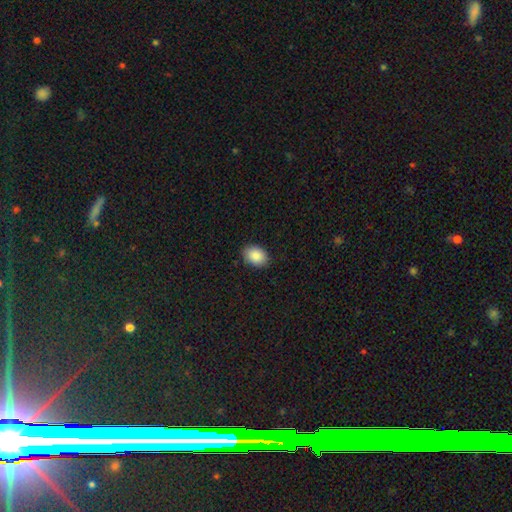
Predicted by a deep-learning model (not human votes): This is clearly a smooth galaxy (89%). How rounded: likely in between (77%). Merging: clearly none (87%).